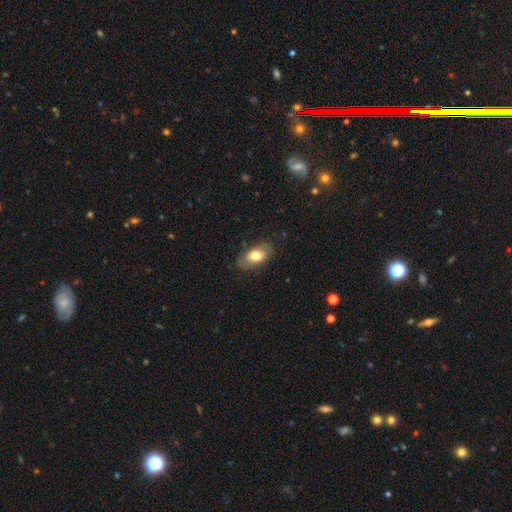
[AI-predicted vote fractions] smooth_or_featured: smooth (p=0.75) [alt: featured or disk p=0.18]
how_rounded: in between (p=0.90) [alt: round p=0.06]
merging: none (p=0.77) [alt: minor disturbance p=0.17]